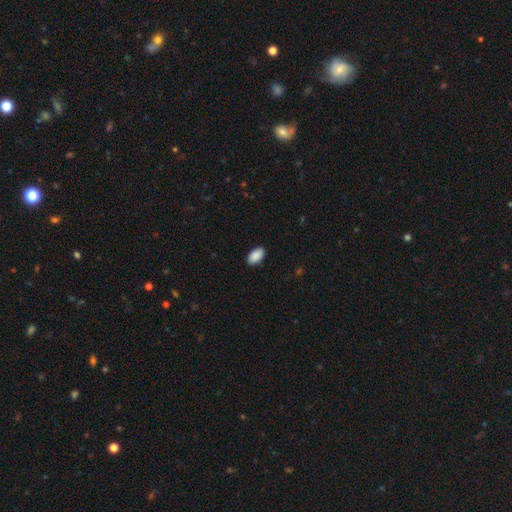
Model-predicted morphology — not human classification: The model was most divided on "merging": none: 88%, minor disturbance: 9%, major disturbance: 2%, merger: 1%. More confident: how rounded — in between (95%); smooth or featured — smooth (90%).